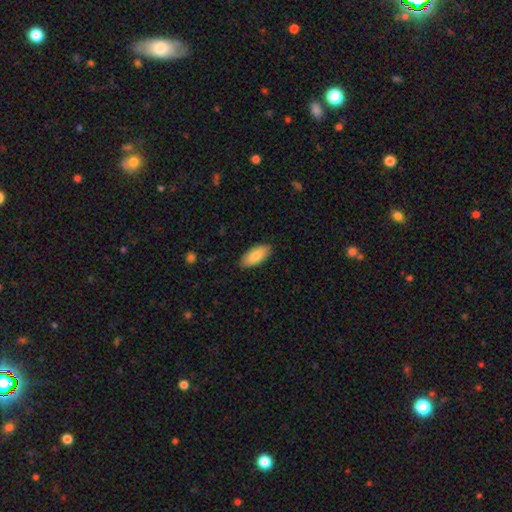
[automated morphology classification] Smooth or featured: smooth — 83% (featured or disk — 11%)
How rounded: in between — 90% (cigar-shaped — 8%)
Merging: none — 87% (minor disturbance — 10%)